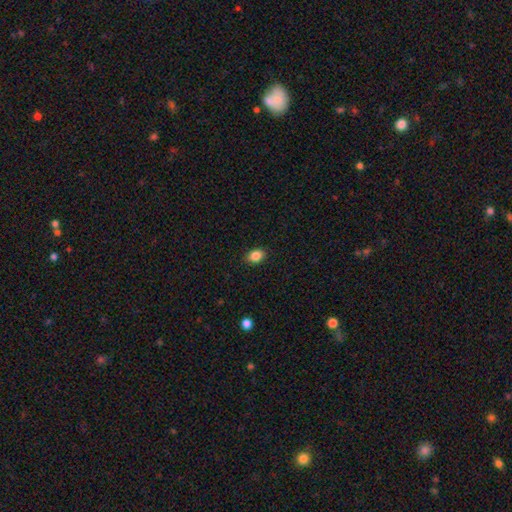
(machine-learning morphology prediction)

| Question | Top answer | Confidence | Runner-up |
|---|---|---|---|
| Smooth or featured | smooth | 86% | star or artifact (9%) |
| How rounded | in between | 71% | round (27%) |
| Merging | none | 89% | minor disturbance (8%) |